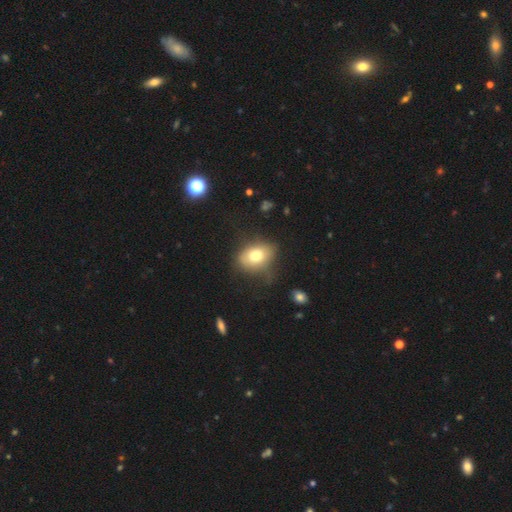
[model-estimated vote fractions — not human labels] This is likely a smooth galaxy (73%). How rounded: likely in between (73%). Merging: likely none (61%).